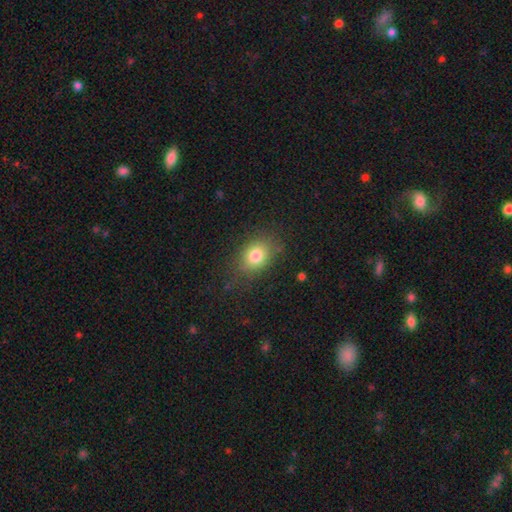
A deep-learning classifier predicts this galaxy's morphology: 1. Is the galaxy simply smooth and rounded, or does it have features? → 80% smooth, 11% star or artifact, 9% featured or disk.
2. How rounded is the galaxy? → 57% in between, 41% round, 1% cigar-shaped.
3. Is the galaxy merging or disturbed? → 74% none, 17% minor disturbance, 7% major disturbance, 2% merger.